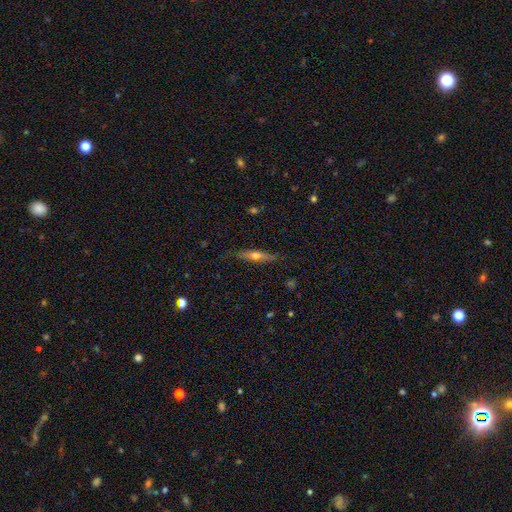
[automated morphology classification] featured or disk 47%, smooth 46%, star or artifact 6%. Down the decision tree: merging — none (81%).